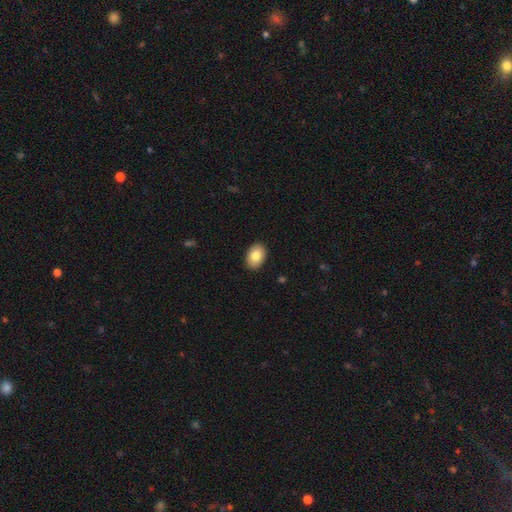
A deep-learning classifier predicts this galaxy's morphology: smooth_or_featured: smooth (p=0.82) [alt: featured or disk p=0.11]
how_rounded: in between (p=0.82) [alt: round p=0.17]
merging: none (p=0.90) [alt: minor disturbance p=0.07]